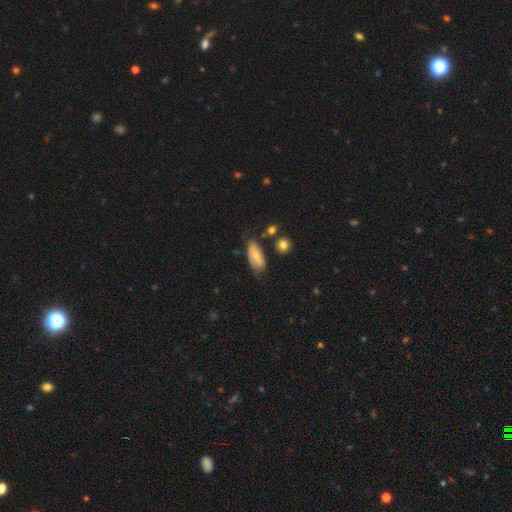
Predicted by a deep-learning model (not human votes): Morphology: type=smooth (64%); roundness=in between (85%); merging=none (64%).